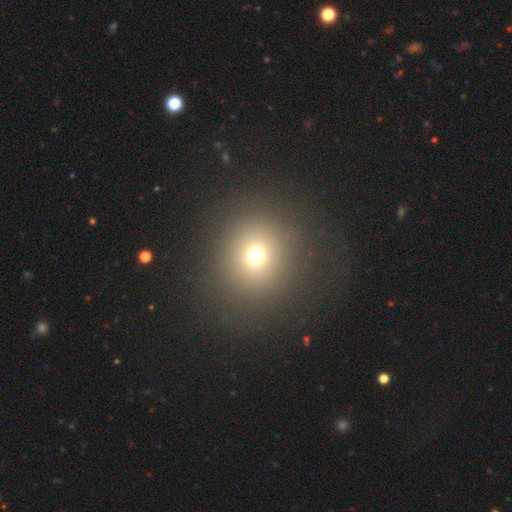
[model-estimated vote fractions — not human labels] Q: Smooth or featured?
A: smooth (69%); runner-up: star or artifact (21%)
Q: How rounded?
A: round (88%); runner-up: in between (11%)
Q: Merging?
A: none (87%); runner-up: minor disturbance (7%)